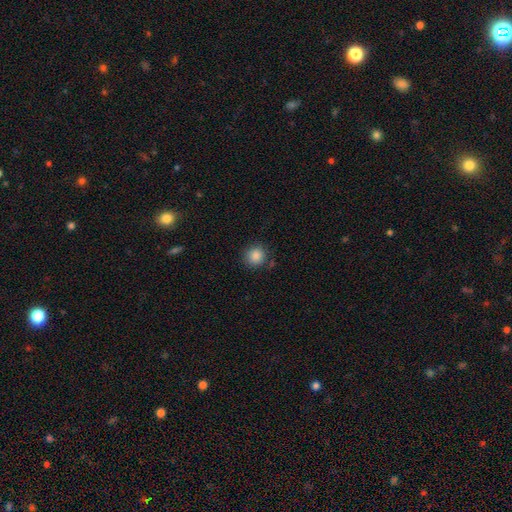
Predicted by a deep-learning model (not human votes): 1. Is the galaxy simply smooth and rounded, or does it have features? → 86% smooth, 10% star or artifact, 4% featured or disk.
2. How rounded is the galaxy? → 90% round, 9% in between, 1% cigar-shaped.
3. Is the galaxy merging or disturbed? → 83% none, 11% minor disturbance, 3% major disturbance, 3% merger.